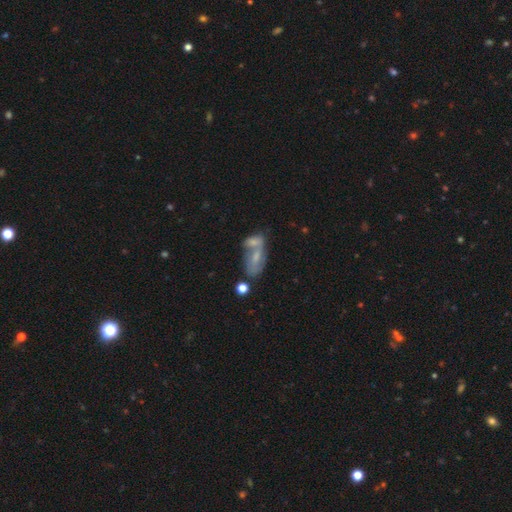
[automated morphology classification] smooth_or_featured: smooth (p=0.45) [alt: featured or disk p=0.42]
merging: merger (p=0.56) [alt: none p=0.26]